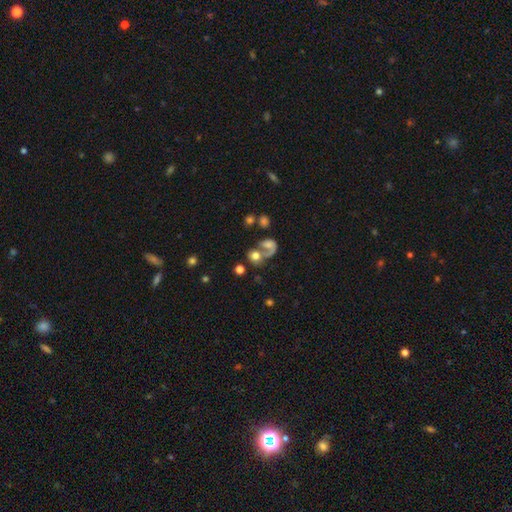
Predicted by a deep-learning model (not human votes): Morphology: type=smooth (55%); roundness=round (65%); merging=merger (48%).